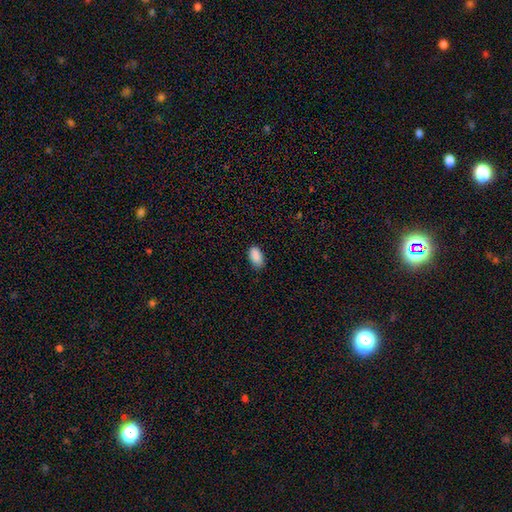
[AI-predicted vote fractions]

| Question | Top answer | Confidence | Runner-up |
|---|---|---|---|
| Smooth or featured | smooth | 90% | star or artifact (7%) |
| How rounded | in between | 94% | round (4%) |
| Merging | none | 82% | minor disturbance (14%) |